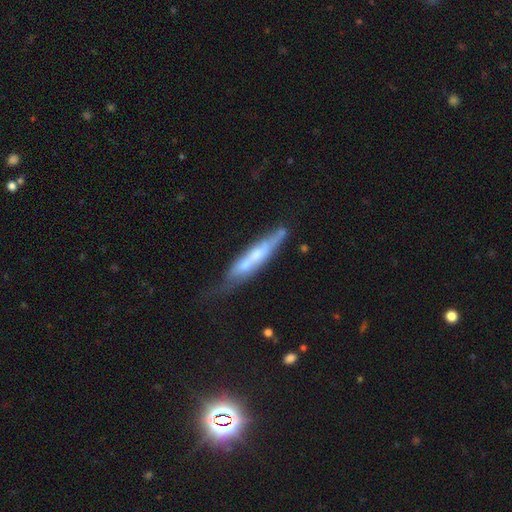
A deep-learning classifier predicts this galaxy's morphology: Smooth or featured?
  - featured or disk: 57% *
  - smooth: 36%
  - star or artifact: 7%
Edge-on disk?
  - yes: 72% *
  - no: 28%
Merging?
  - none: 51% *
  - minor disturbance: 28%
  - major disturbance: 11%
  - merger: 11%